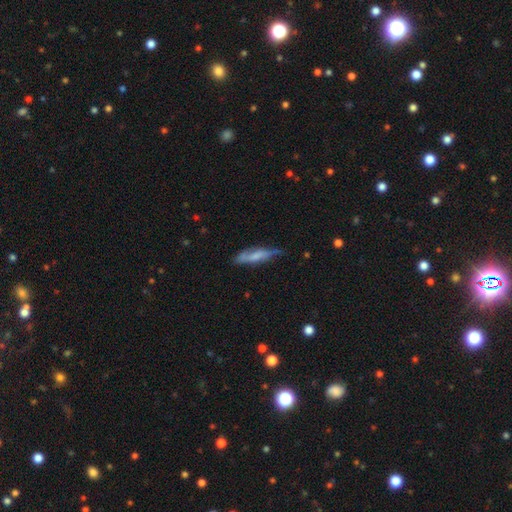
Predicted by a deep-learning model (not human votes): Q: Smooth or featured?
A: smooth (51%); runner-up: featured or disk (42%)
Q: How rounded?
A: cigar-shaped (72%); runner-up: in between (26%)
Q: Merging?
A: none (57%); runner-up: minor disturbance (31%)